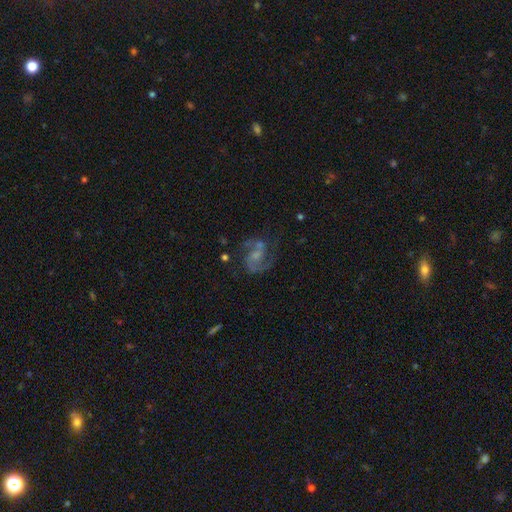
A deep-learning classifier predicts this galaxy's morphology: This is clearly a featured or disk galaxy (83%). It is clearly not viewed edge-on (98%). Bar: marginally no (45%). Spiral arm pattern: clearly yes (95%). Spiral arm count: clearly 2 (88%). Spiral winding: possibly medium (56%). Central bulge: marginally small (43%). Merging: likely none (60%).